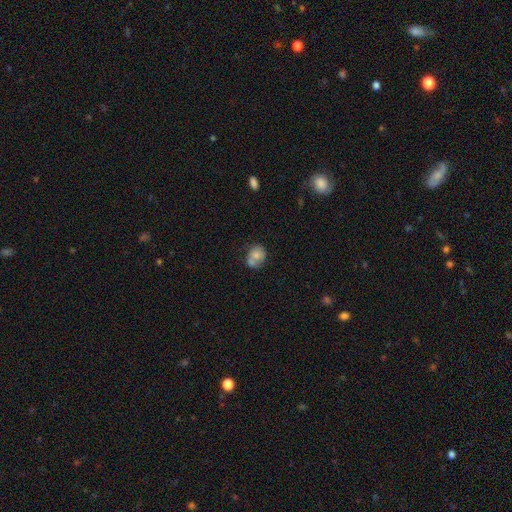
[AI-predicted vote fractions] Smooth or featured? Predicted: smooth (p=0.68). How rounded? Predicted: round (p=0.62). Merging? Predicted: merger (p=0.40).